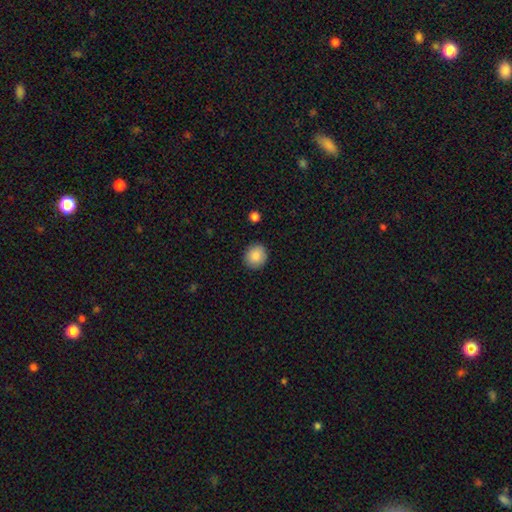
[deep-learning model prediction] Smooth or featured? smooth (87%)
How rounded? round (83%)
Merging? none (90%)